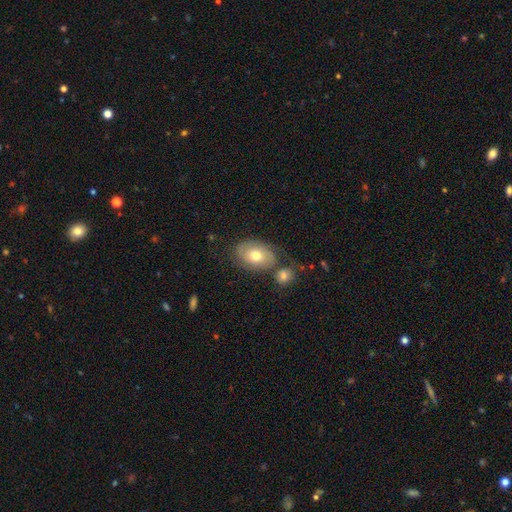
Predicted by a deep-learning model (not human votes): Morphology: type=smooth (58%); roundness=in between (77%); merging=none (61%).